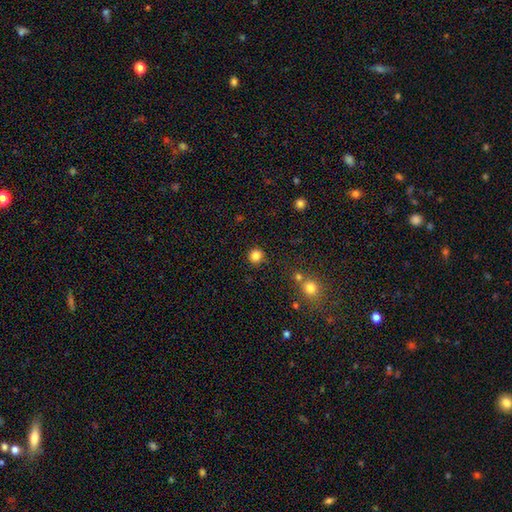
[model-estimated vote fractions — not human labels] A smooth galaxy with no disk features (84%) that is round (93%).

Vote fractions:
- Smooth or featured? smooth: 84% / star or artifact: 12% / featured or disk: 4%
- How rounded? round: 93% / in between: 6% / cigar-shaped: 1%
- Merging? none: 89% / minor disturbance: 7% / merger: 2% / major disturbance: 2%